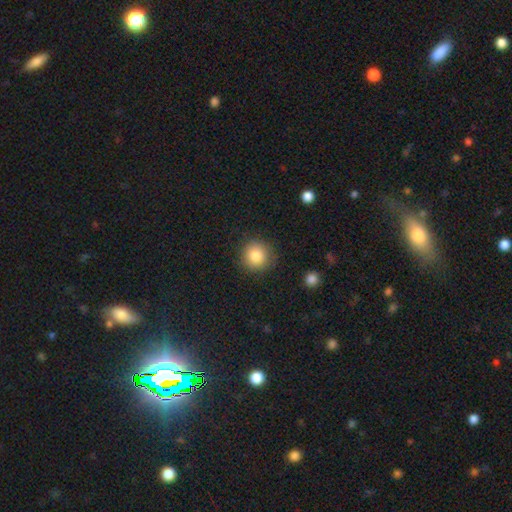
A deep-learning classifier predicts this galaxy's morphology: smooth 83%, star or artifact 10%, featured or disk 7%. Down the decision tree: how rounded — round (93%); merging — none (88%).